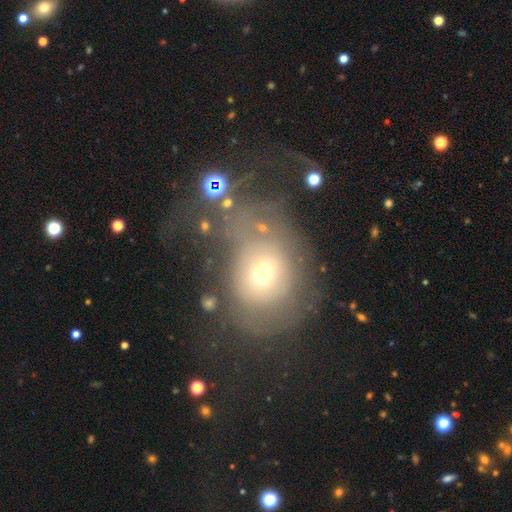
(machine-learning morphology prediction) Smooth or featured? smooth (40%)
Merging? none (57%)